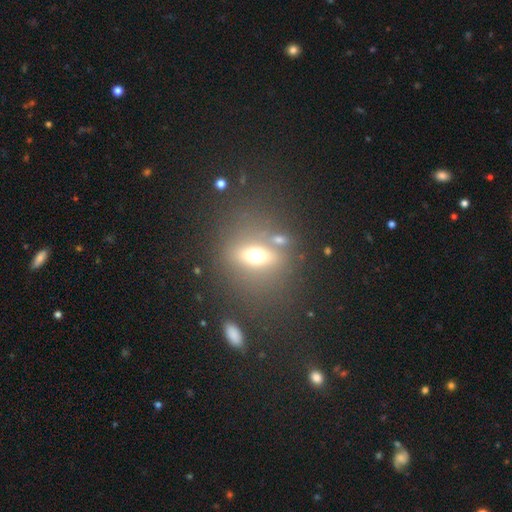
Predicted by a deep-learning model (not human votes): smooth-or-featured: smooth: 58% | featured or disk: 26% | star or artifact: 16%
  how-rounded: in between: 54% | round: 37% | cigar-shaped: 9%
  merging: none: 68% | minor disturbance: 12% | merger: 11% | major disturbance: 8%